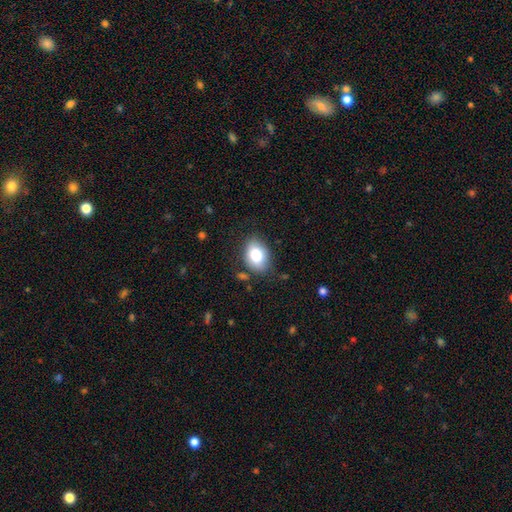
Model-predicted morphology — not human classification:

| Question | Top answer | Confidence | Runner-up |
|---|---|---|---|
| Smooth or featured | smooth | 81% | featured or disk (10%) |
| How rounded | in between | 77% | round (22%) |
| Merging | none | 77% | minor disturbance (16%) |